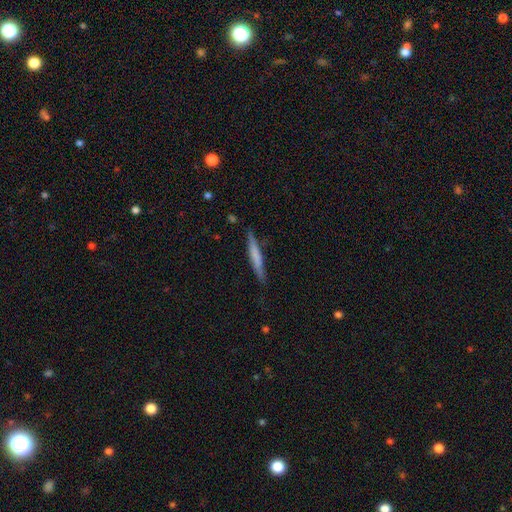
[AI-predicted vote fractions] smooth_or_featured: smooth (p=0.56) [alt: featured or disk p=0.38]
how_rounded: cigar-shaped (p=0.94) [alt: in between p=0.04]
merging: none (p=0.84) [alt: minor disturbance p=0.12]